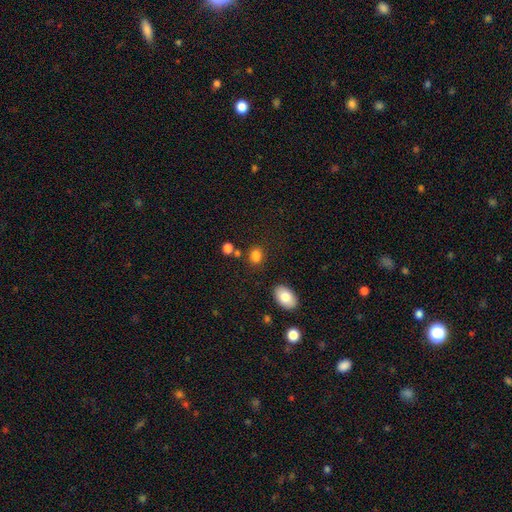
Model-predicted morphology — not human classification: Smooth or featured? Predicted: smooth (p=0.84). How rounded? Predicted: in between (p=0.62). Merging? Predicted: none (p=0.75).